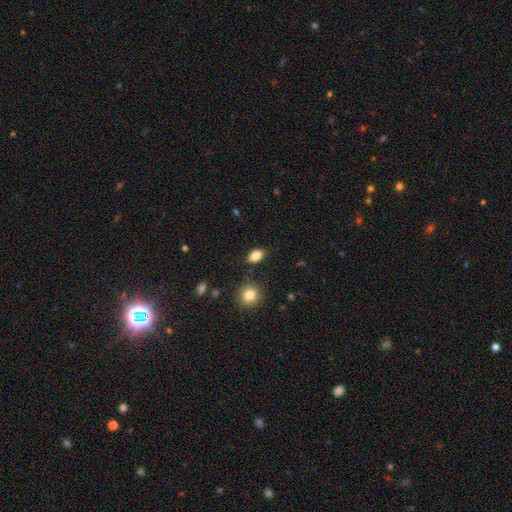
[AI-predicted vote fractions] Smooth or featured: smooth — 84% (star or artifact — 9%)
How rounded: in between — 87% (round — 11%)
Merging: none — 84% (minor disturbance — 11%)